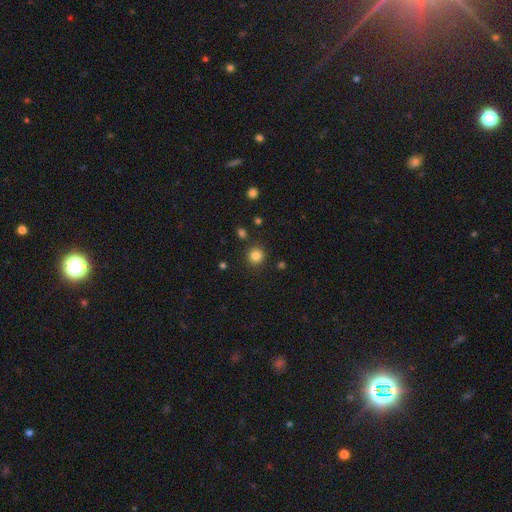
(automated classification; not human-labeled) This is clearly a smooth galaxy (84%). How rounded: clearly round (93%). Merging: clearly none (88%).